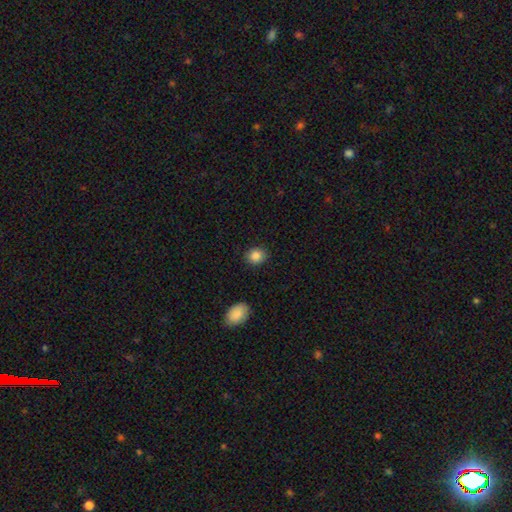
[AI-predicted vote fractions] Morphology: type=smooth (87%); roundness=round (69%); merging=none (89%).